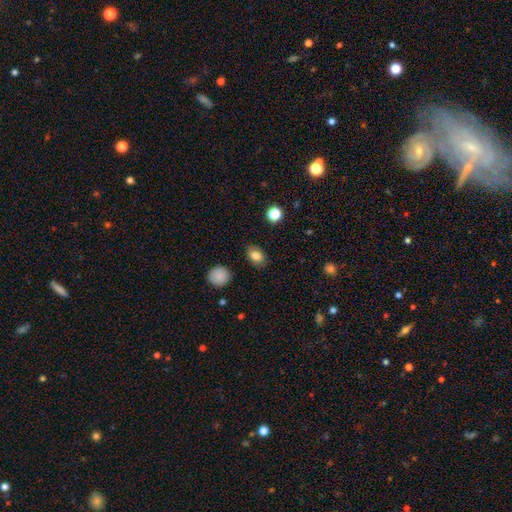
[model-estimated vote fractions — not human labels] A smooth galaxy with no disk features (82%) that is in between round and cigar-shaped (78%). Merging: none (85%).